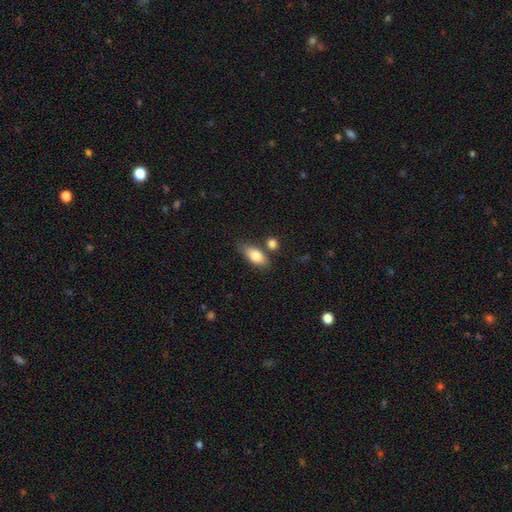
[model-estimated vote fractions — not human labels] This appears to be a smooth galaxy with no disk features (81%) that is in between round and cigar-shaped (86%). Merging: none (67%).